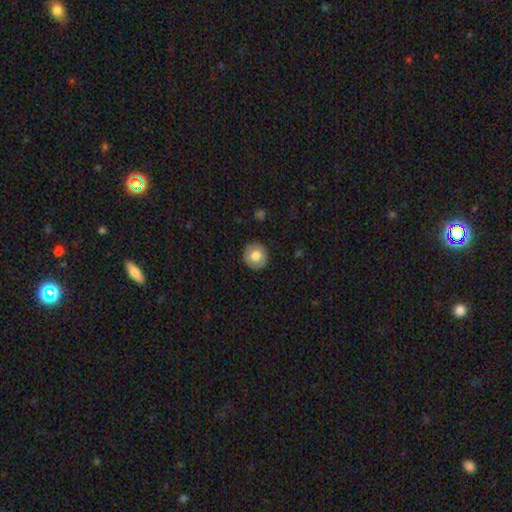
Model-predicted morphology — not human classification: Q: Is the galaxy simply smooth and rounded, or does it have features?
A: smooth — 72%.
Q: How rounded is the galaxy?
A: round — 91%.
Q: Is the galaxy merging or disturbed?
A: none — 89%.